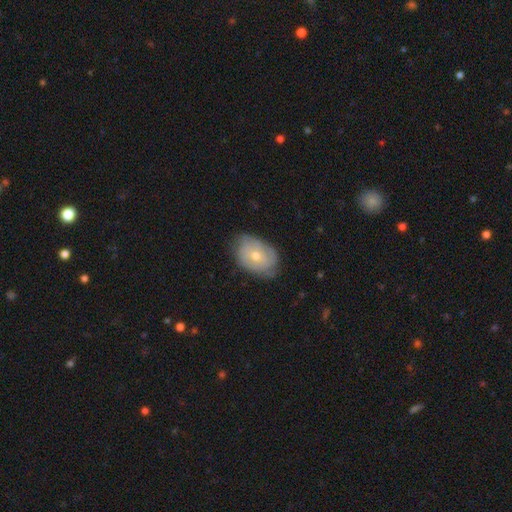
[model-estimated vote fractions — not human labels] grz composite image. It shows a featured or disk galaxy (51%). Merging: none (69%).